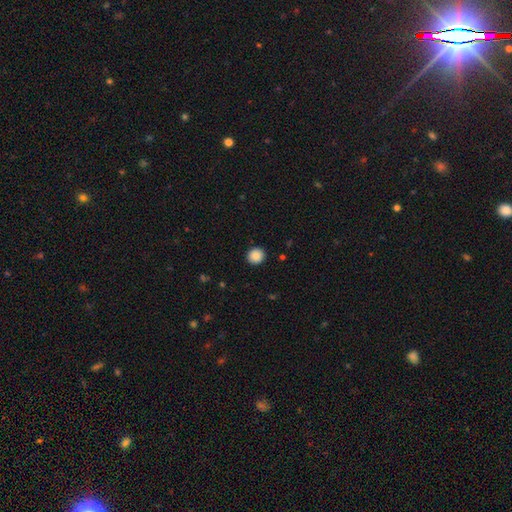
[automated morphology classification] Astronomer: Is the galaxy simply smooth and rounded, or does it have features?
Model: smooth — 88%.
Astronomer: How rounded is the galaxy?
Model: round — 91%.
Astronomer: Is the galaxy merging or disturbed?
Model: none — 92%.